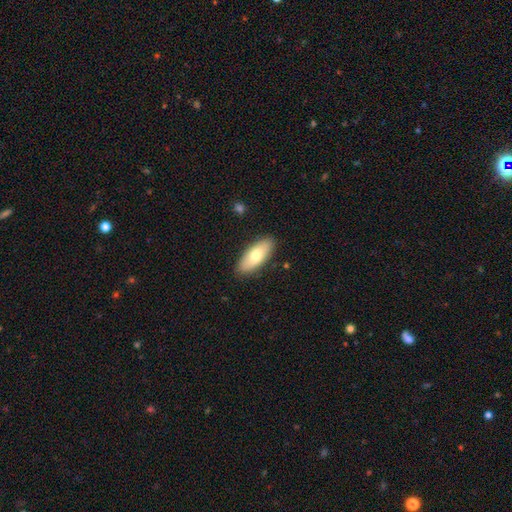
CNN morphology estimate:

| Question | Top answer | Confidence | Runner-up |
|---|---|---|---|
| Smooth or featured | smooth | 71% | featured or disk (23%) |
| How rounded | in between | 81% | cigar-shaped (17%) |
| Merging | none | 88% | minor disturbance (9%) |